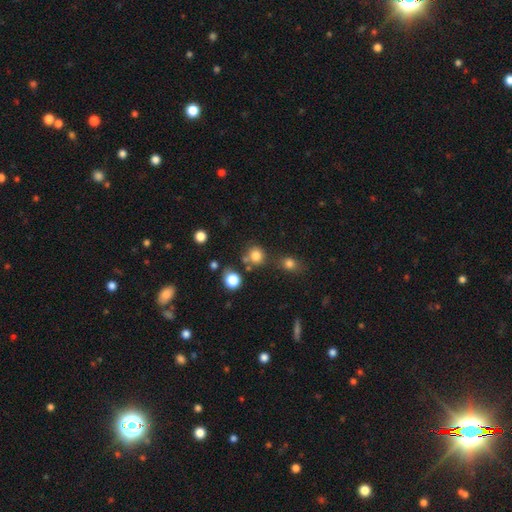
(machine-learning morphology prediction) This appears to be a smooth galaxy with no disk features (80%) that is round (84%). Merging: none (65%).